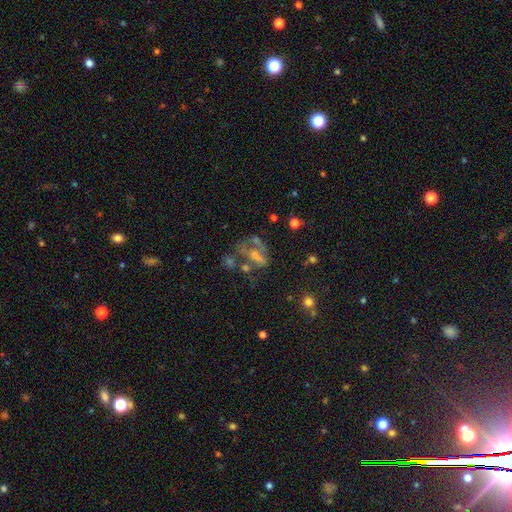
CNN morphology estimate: Smooth or featured: featured or disk — 51% (star or artifact — 27%)
Edge-on disk: no — 93% (yes — 7%)
Merging: major disturbance — 34% (none — 31%)